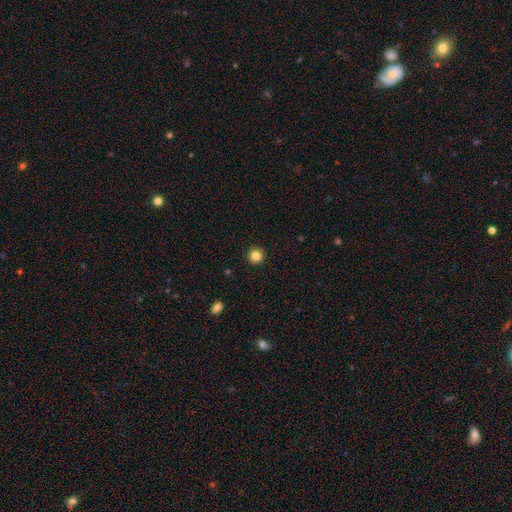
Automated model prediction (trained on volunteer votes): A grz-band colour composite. It shows a smooth galaxy with no disk features (84%) that is round (95%). Merging: none (93%).